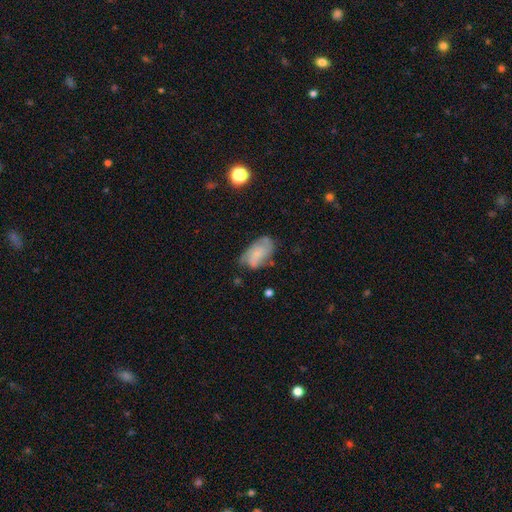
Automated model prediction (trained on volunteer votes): Overall: smooth (48%; featured or disk 44%). Merging: none (51%; minor disturbance 33%).